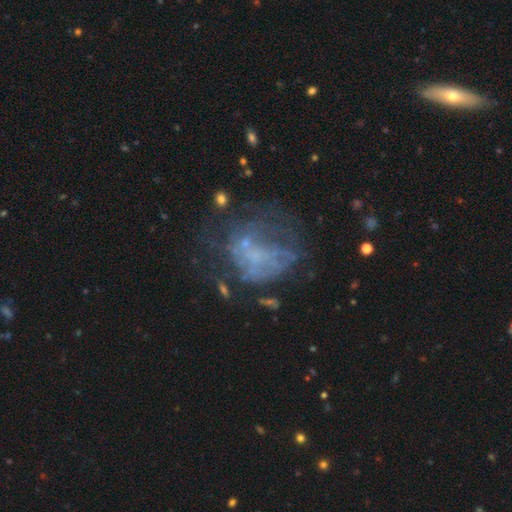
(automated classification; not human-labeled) featured or disk 56%, smooth 24%, star or artifact 20%. Down the decision tree: edge-on disk — no (98%); bar — no (89%); spiral arms — no (83%); bulge size — none (71%); merging — major disturbance (38%).